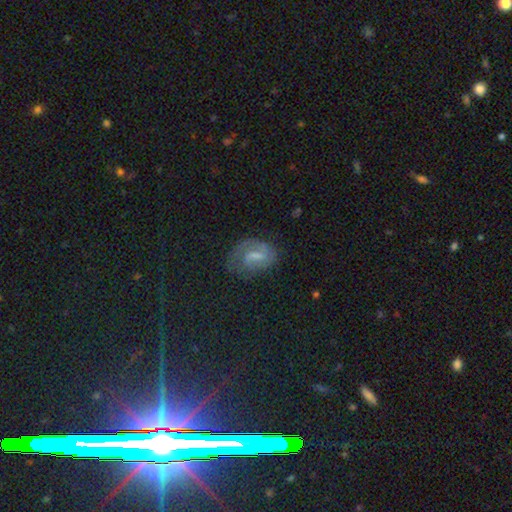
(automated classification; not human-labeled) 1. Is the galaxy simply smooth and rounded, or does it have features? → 56% featured or disk, 31% smooth, 14% star or artifact.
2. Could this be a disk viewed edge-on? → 96% no, 4% yes.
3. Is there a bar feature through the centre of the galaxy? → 54% weak, 23% strong, 23% no.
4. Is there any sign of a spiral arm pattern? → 82% yes, 18% no.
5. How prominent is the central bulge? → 32% small, 31% moderate, 30% none, 6% large, 2% dominant.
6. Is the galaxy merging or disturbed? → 60% none, 23% minor disturbance, 15% major disturbance, 2% merger.